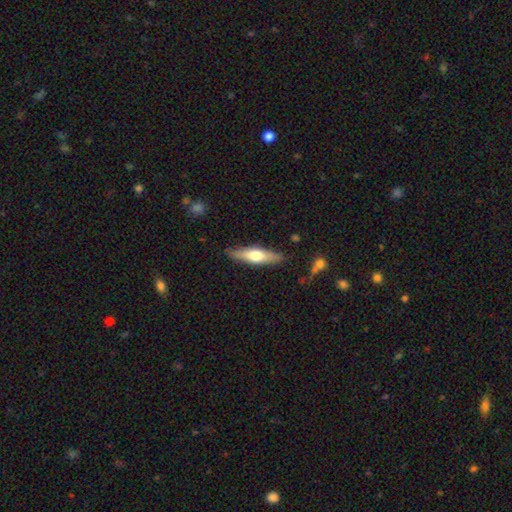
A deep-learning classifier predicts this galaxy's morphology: Overall: smooth (49%; featured or disk 45%). Merging: none (85%).